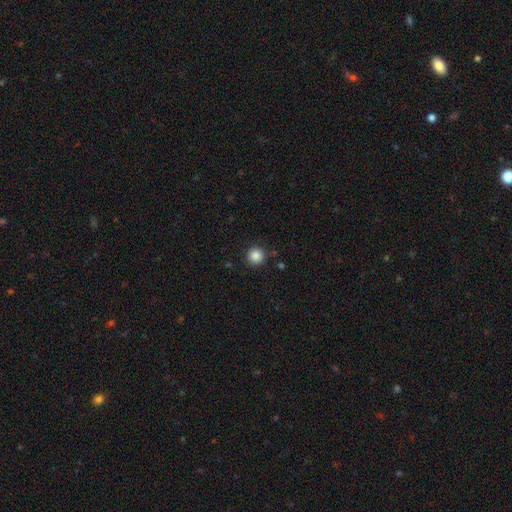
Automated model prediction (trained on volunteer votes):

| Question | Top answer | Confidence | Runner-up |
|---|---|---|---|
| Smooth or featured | smooth | 86% | star or artifact (10%) |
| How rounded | round | 95% | in between (4%) |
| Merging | none | 90% | minor disturbance (6%) |